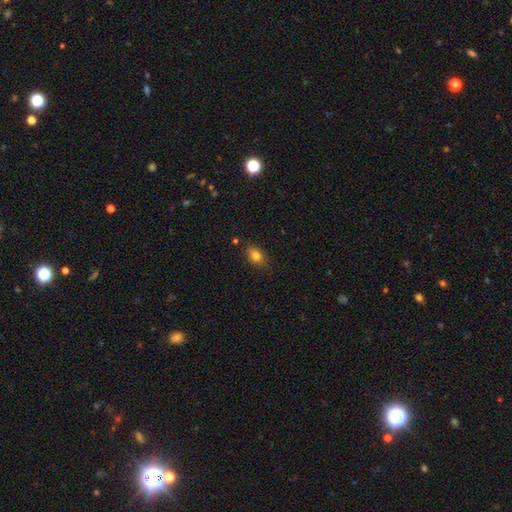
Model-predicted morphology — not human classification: smooth-or-featured: smooth: 80% | star or artifact: 11% | featured or disk: 9%
  how-rounded: in between: 73% | round: 25% | cigar-shaped: 2%
  merging: none: 82% | minor disturbance: 13% | major disturbance: 3% | merger: 2%